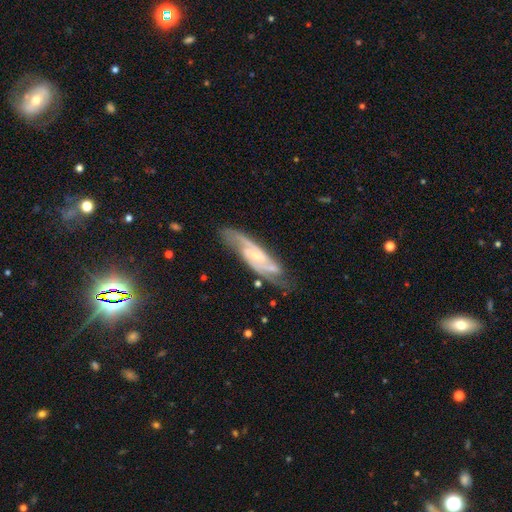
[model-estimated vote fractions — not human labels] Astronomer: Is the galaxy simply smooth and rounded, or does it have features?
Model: featured or disk — 84%.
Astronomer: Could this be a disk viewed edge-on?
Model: no — 83%.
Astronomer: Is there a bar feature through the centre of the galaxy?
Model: weak — 45% (runner-up: no, 38%).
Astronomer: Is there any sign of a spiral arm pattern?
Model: yes — 96%.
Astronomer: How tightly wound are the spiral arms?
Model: medium — 50% (runner-up: tight, 30%).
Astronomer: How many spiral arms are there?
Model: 2 — 77%.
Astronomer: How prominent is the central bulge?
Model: small — 62%.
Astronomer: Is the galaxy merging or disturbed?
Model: none — 72%.